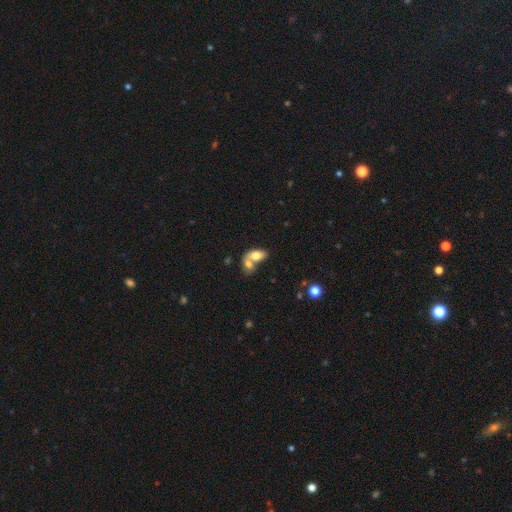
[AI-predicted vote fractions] A smooth galaxy with no disk features (75%) that is in between round and cigar-shaped (88%). Merging: merger (68%).